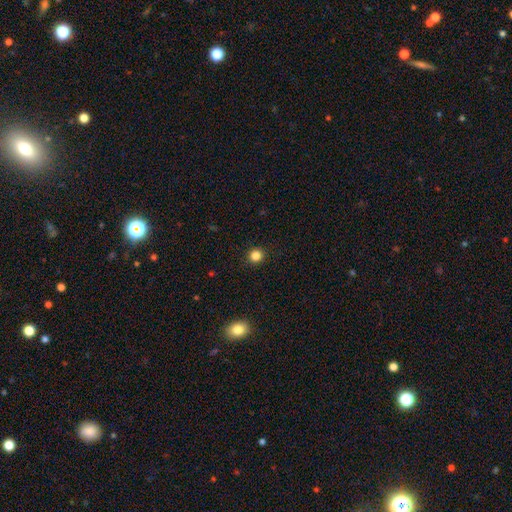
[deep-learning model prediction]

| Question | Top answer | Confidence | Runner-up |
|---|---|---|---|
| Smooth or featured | smooth | 84% | star or artifact (12%) |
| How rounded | round | 92% | in between (7%) |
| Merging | none | 92% | minor disturbance (5%) |